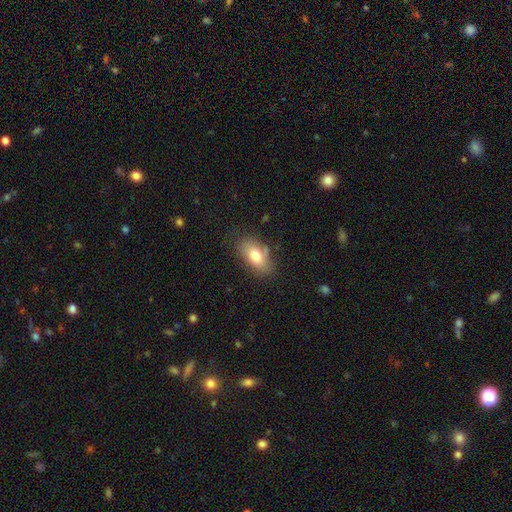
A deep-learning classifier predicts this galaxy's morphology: This is likely a smooth galaxy (75%). How rounded: clearly in between (90%). Merging: likely none (69%).